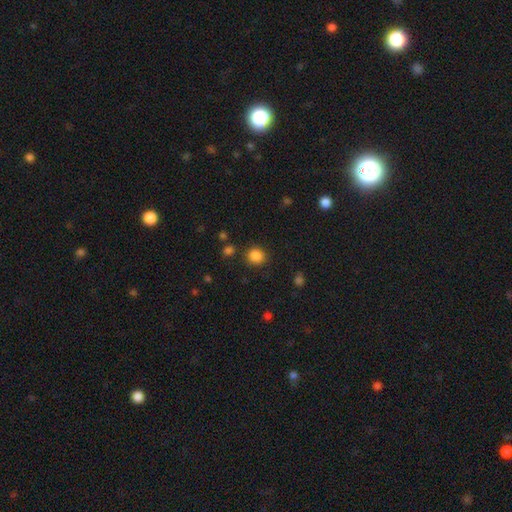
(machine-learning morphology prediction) This is clearly a smooth galaxy (85%). How rounded: clearly round (85%). Merging: clearly none (86%).